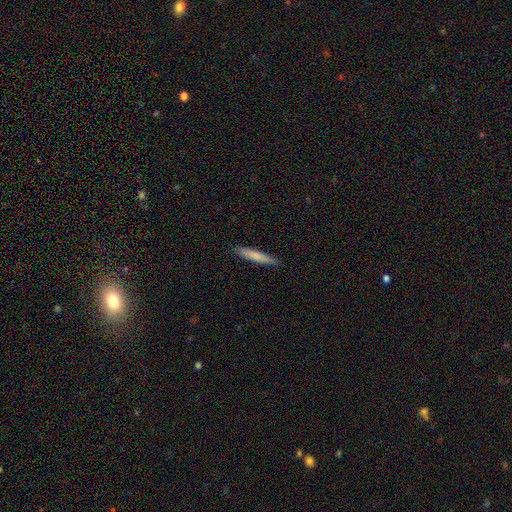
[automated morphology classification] A smooth galaxy with no disk features (76%) that is cigar-shaped (93%). Merging: none (90%).